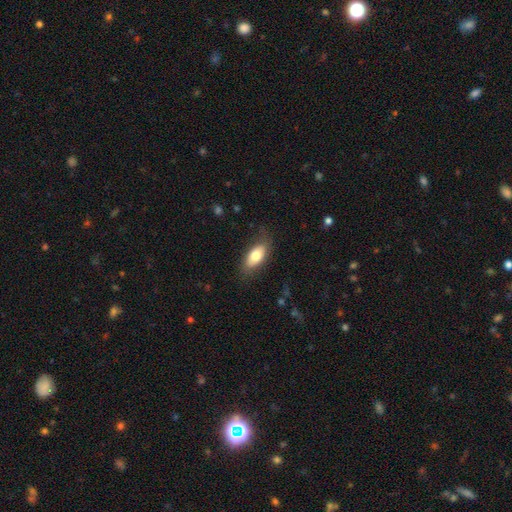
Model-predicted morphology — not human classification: This is likely a smooth galaxy (75%). How rounded: clearly in between (86%). Merging: likely none (75%).